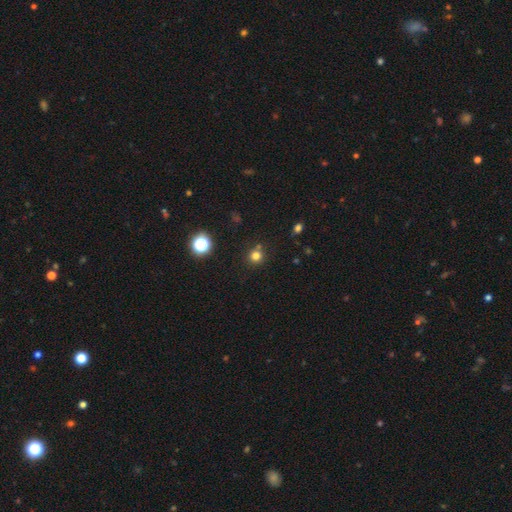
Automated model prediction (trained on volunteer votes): The model was most divided on "smooth or featured": smooth: 76%, star or artifact: 19%, featured or disk: 6%. More confident: how rounded — round (92%); merging — none (78%).